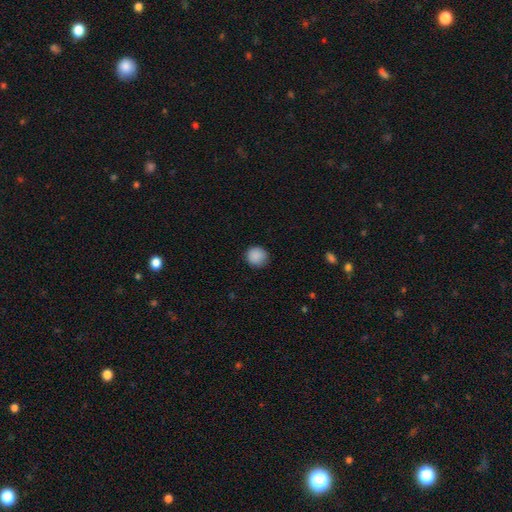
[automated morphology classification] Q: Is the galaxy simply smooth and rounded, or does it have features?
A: smooth — 89%.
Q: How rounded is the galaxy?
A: round — 91%.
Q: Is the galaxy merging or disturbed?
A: none — 87%.